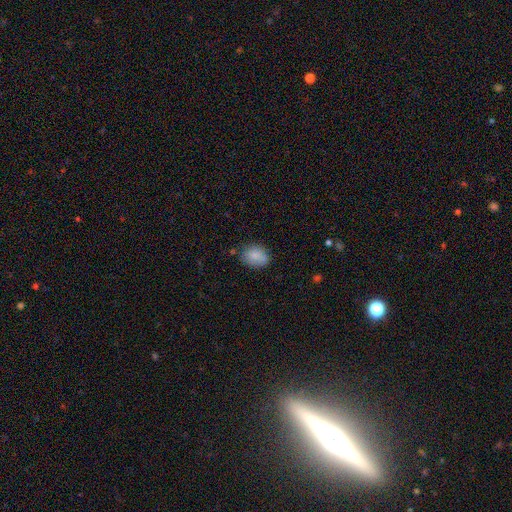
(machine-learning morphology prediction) This appears to be a smooth galaxy with no disk features (83%) that is in between round and cigar-shaped (60%). Merging: none (72%).